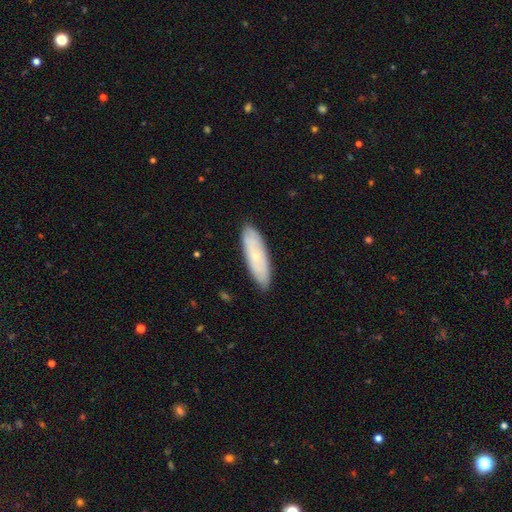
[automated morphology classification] smooth-or-featured: smooth: 57% | featured or disk: 37% | star or artifact: 7%
  how-rounded: cigar-shaped: 50% | in between: 48% | round: 2%
  merging: none: 86% | minor disturbance: 11% | major disturbance: 2% | merger: 1%